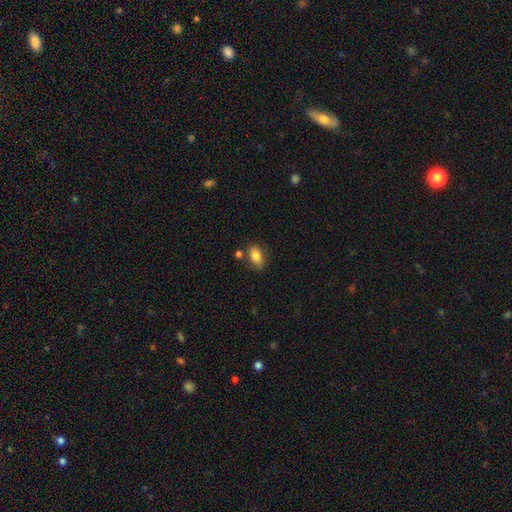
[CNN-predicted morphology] type=smooth (84%); roundness=in between (89%); merging=none (74%).